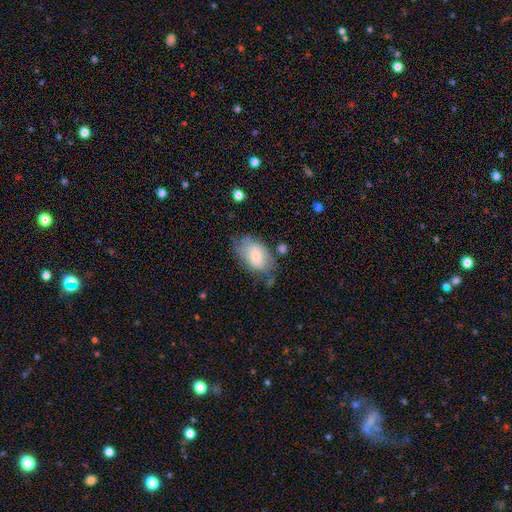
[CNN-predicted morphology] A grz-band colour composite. It shows a smooth galaxy with no disk features (73%) that is in between round and cigar-shaped (91%). Merging: none (52%).